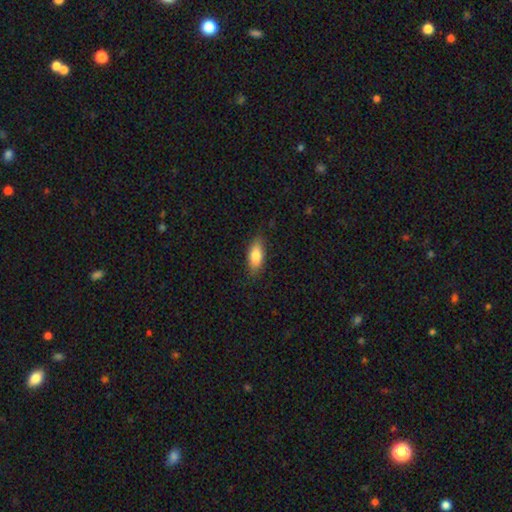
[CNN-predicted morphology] Smooth or featured? smooth (80%)
How rounded? in between (78%)
Merging? none (84%)